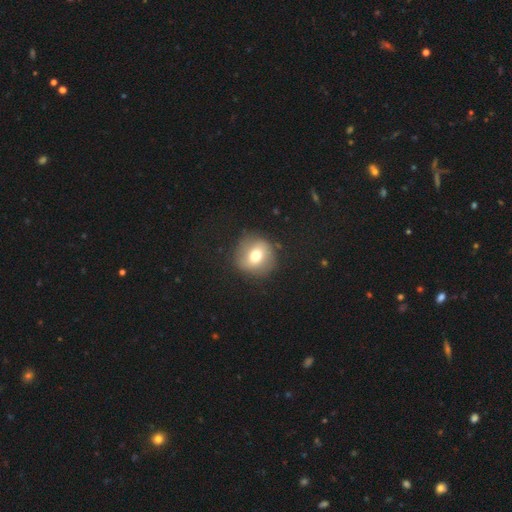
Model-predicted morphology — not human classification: Smooth or featured?
  - smooth: 67% *
  - featured or disk: 23%
  - star or artifact: 10%
How rounded?
  - round: 87% *
  - in between: 12%
  - cigar-shaped: 1%
Merging?
  - none: 83% *
  - minor disturbance: 11%
  - major disturbance: 4%
  - merger: 1%